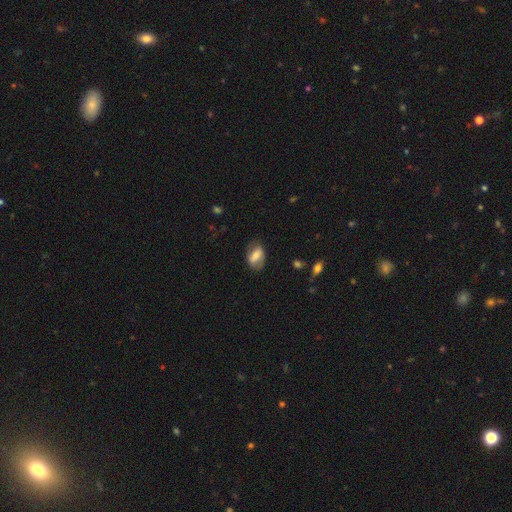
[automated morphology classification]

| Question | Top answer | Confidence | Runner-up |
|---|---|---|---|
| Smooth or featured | smooth | 59% | featured or disk (33%) |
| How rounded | in between | 86% | round (10%) |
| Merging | none | 71% | minor disturbance (20%) |